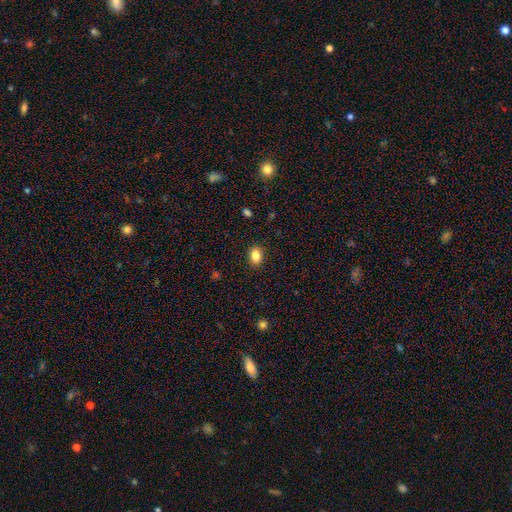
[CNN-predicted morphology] This appears to be a smooth galaxy with no disk features (86%) that is in between round and cigar-shaped (76%). Merging: none (89%).